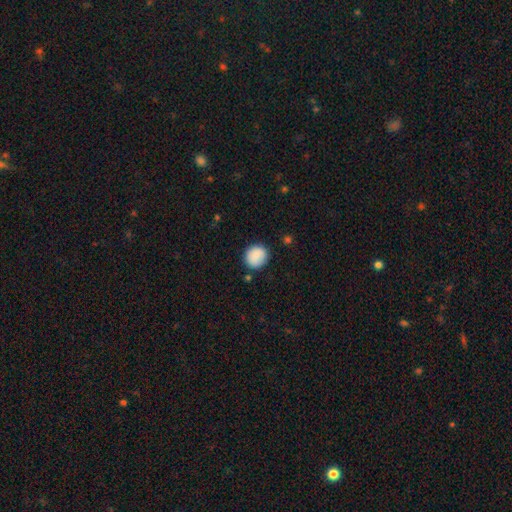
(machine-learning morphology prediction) smooth_or_featured: smooth (p=0.88) [alt: star or artifact p=0.07]
how_rounded: round (p=0.85) [alt: in between p=0.14]
merging: none (p=0.85) [alt: minor disturbance p=0.10]